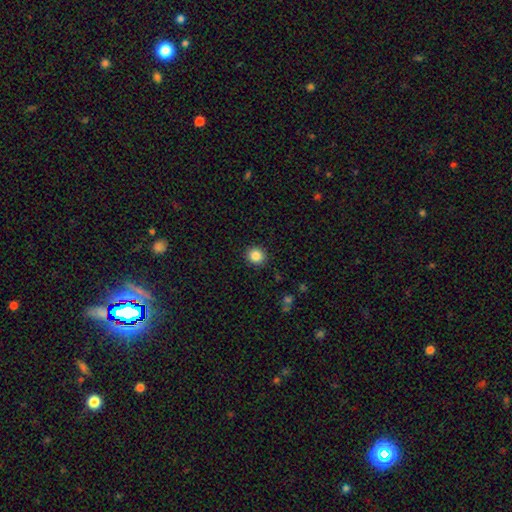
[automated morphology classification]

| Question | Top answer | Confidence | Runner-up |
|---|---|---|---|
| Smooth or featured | smooth | 86% | star or artifact (10%) |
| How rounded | round | 91% | in between (8%) |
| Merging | none | 92% | minor disturbance (5%) |